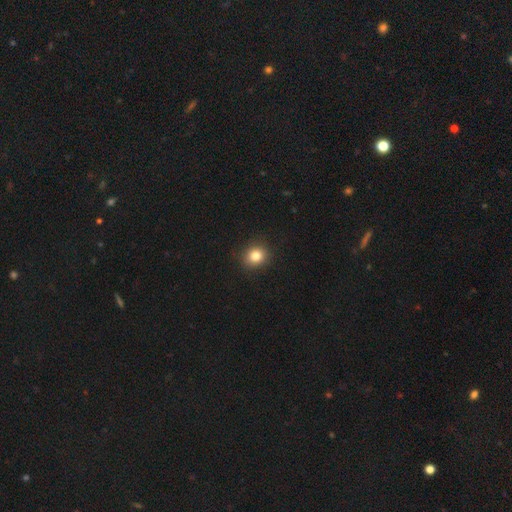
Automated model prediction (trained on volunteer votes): A smooth galaxy with no disk features (82%) that is round (82%). Merging: none (91%).